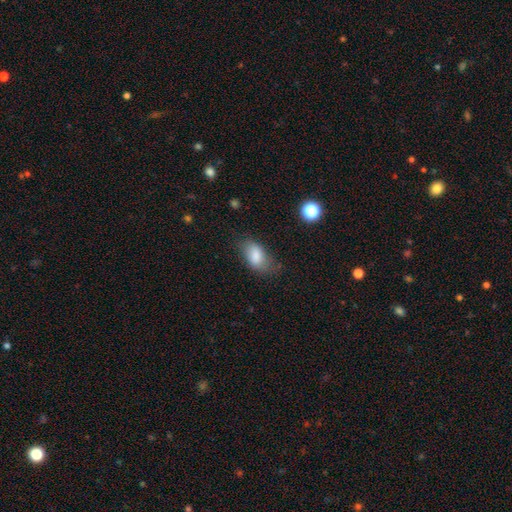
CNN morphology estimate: smooth 82%, featured or disk 11%, star or artifact 8%. Down the decision tree: how rounded — in between (90%); merging — none (60%).